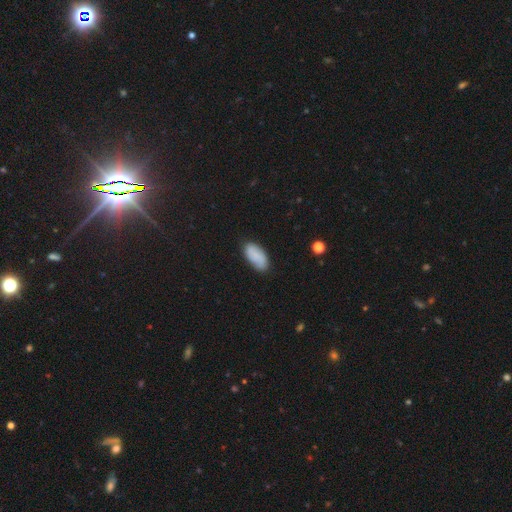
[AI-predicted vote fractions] This is likely a smooth galaxy (79%). How rounded: clearly in between (92%). Merging: likely none (77%).